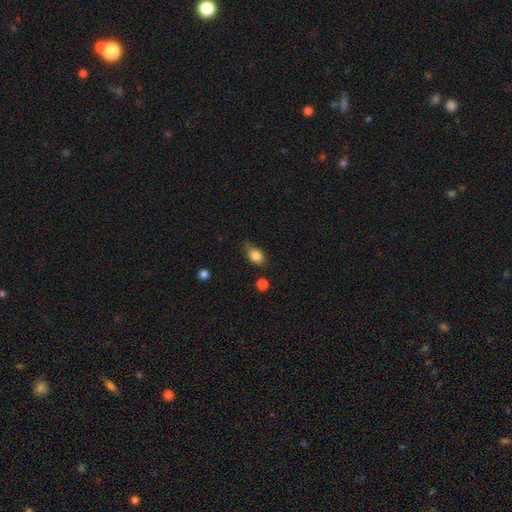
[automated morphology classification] Smooth or featured? smooth (84%)
How rounded? in between (75%)
Merging? none (56%)